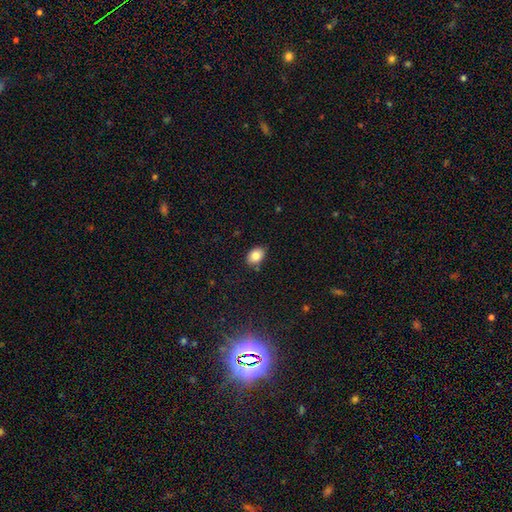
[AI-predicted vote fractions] Smooth or featured: smooth — 84% (star or artifact — 8%)
How rounded: in between — 77% (round — 22%)
Merging: none — 80% (minor disturbance — 15%)